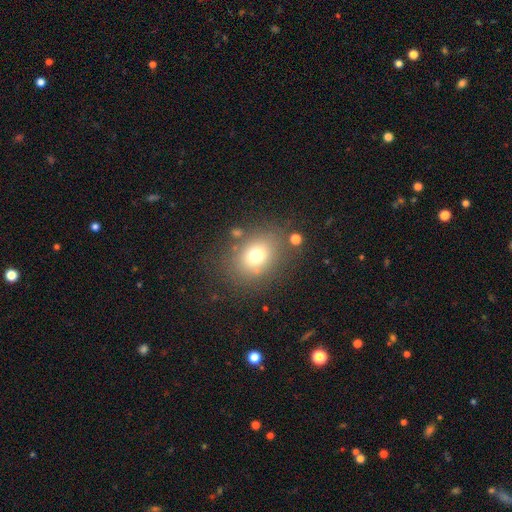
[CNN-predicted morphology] Smooth or featured: smooth — 72% (star or artifact — 14%)
How rounded: in between — 51% (round — 48%)
Merging: none — 75% (minor disturbance — 13%)